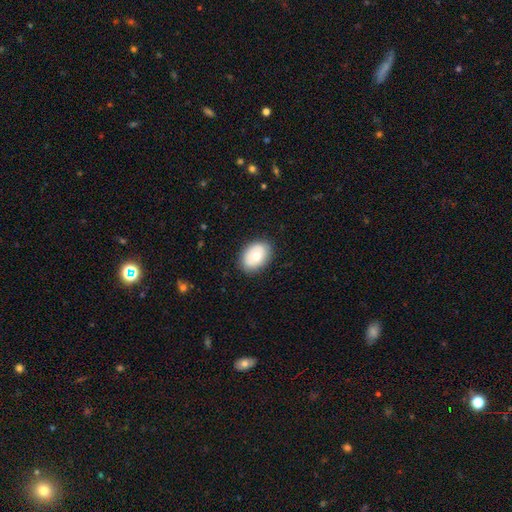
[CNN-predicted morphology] smooth 64%, featured or disk 29%, star or artifact 6%. Down the decision tree: how rounded — in between (79%); merging — none (83%).